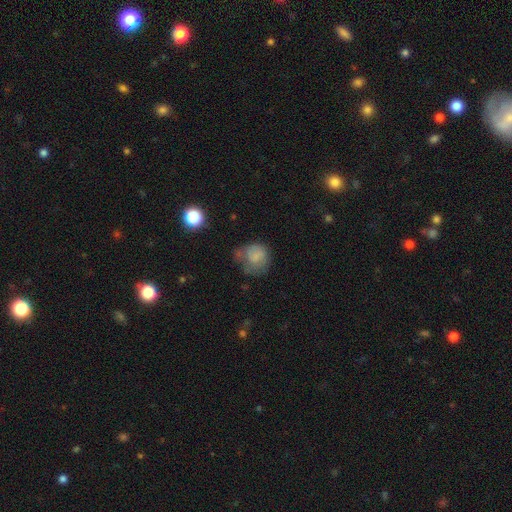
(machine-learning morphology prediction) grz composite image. It shows a smooth galaxy with no disk features (70%) that is round (72%). Merging: none (37%).